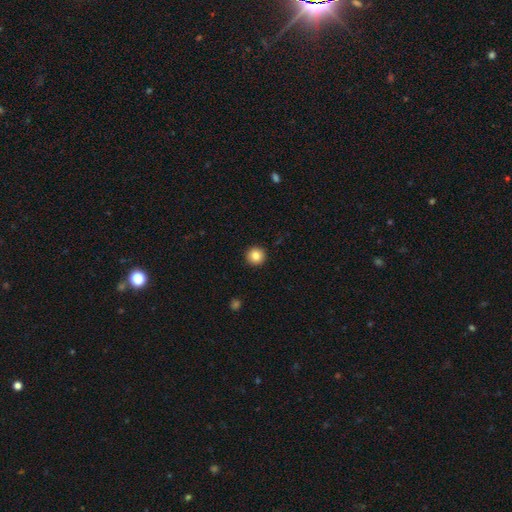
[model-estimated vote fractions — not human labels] Q: Smooth or featured?
A: smooth (85%); runner-up: star or artifact (9%)
Q: How rounded?
A: round (96%); runner-up: in between (3%)
Q: Merging?
A: none (93%); runner-up: minor disturbance (4%)